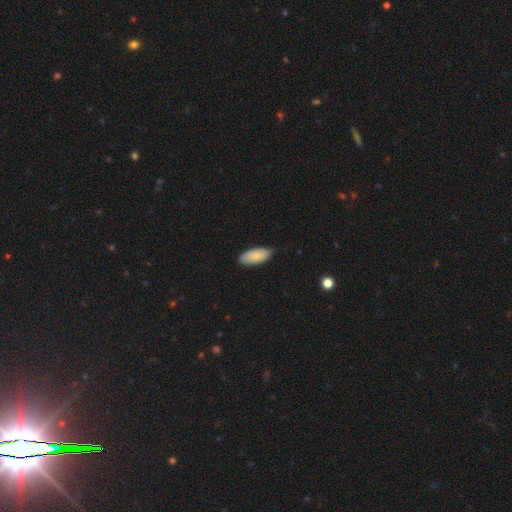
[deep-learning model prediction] Q: Smooth or featured?
A: smooth (84%); runner-up: featured or disk (10%)
Q: How rounded?
A: in between (90%); runner-up: cigar-shaped (8%)
Q: Merging?
A: none (76%); runner-up: minor disturbance (21%)